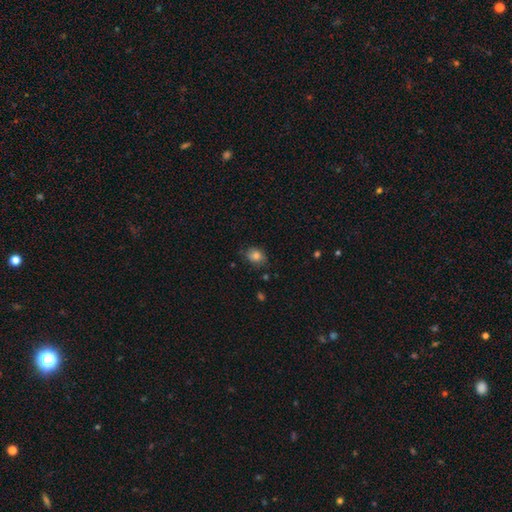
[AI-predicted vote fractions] This is clearly a smooth galaxy (81%). How rounded: possibly in between (50%). Merging: likely none (74%).